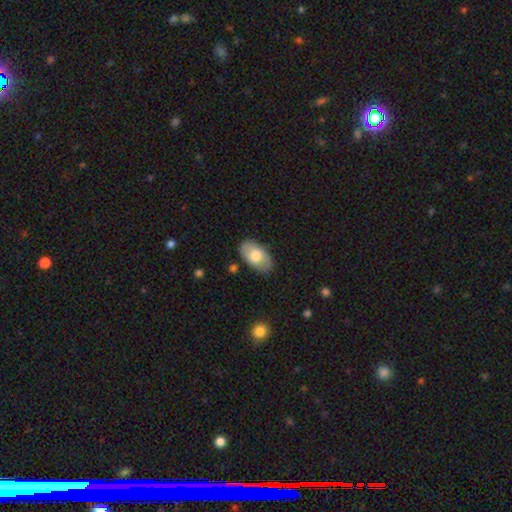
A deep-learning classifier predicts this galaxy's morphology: A smooth galaxy with no disk features (66%) that is in between round and cigar-shaped (94%). Merging: none (81%).